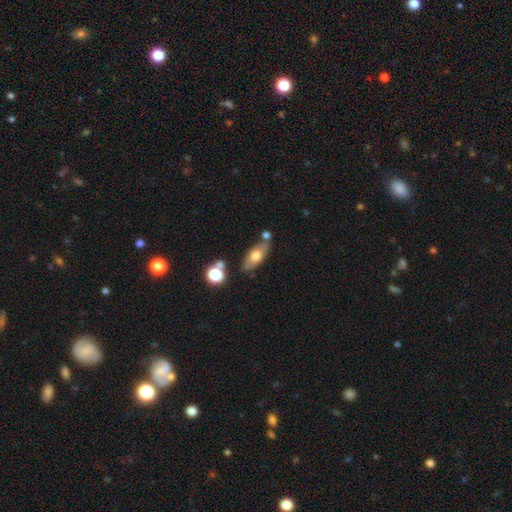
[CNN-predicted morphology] Smooth or featured? Predicted: smooth (p=0.63). How rounded? Predicted: in between (p=0.80). Merging? Predicted: none (p=0.70).